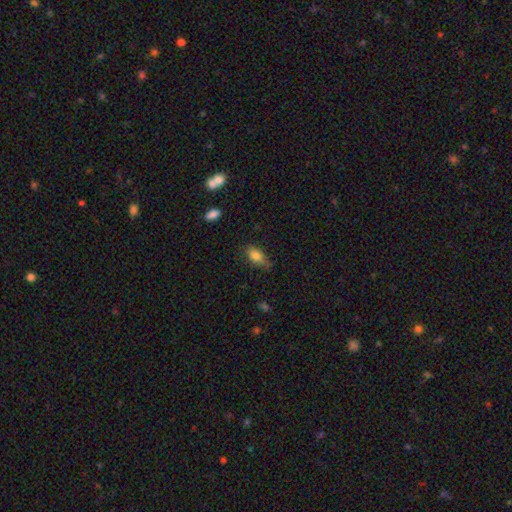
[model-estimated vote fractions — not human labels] smooth_or_featured: smooth (p=0.80) [alt: featured or disk p=0.12]
how_rounded: in between (p=0.85) [alt: cigar-shaped p=0.08]
merging: none (p=0.65) [alt: minor disturbance p=0.27]